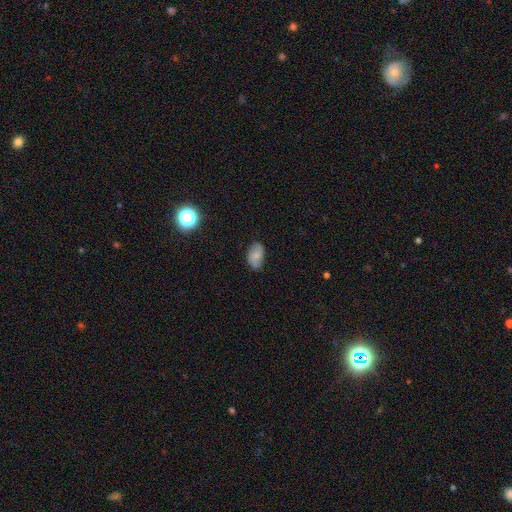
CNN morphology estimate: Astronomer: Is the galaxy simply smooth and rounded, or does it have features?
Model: smooth — 69%.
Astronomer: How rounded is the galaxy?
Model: in between — 90%.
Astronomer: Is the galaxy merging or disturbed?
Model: none — 75%.